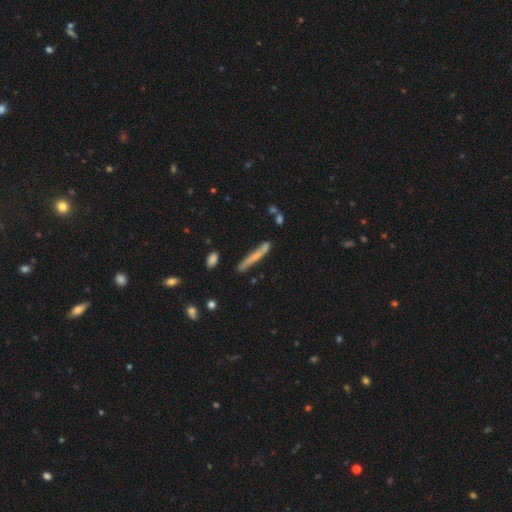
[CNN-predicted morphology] smooth 58%, featured or disk 35%, star or artifact 7%. Down the decision tree: how rounded — cigar-shaped (95%); merging — none (79%).